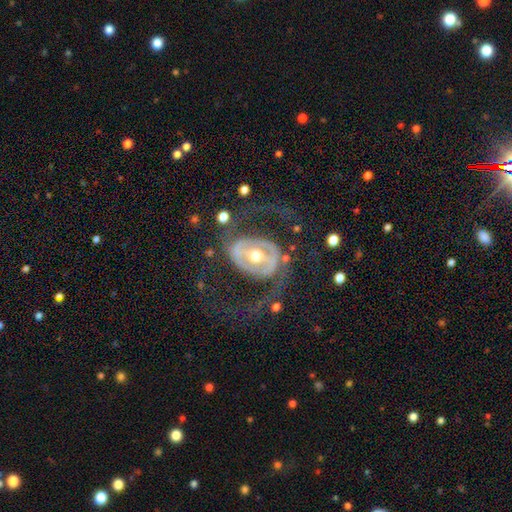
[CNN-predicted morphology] featured or disk 87%, smooth 9%, star or artifact 4%. Down the decision tree: edge-on disk — no (96%); bar — strong (39%); spiral arms — yes (78%); spiral arm count — 2 (88%); spiral winding — loose (47%); bulge size — moderate (74%); merging — none (58%).